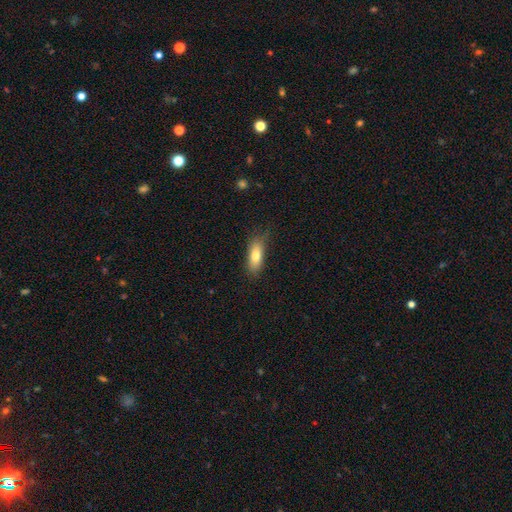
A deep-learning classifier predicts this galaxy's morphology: Smooth or featured?
  - smooth: 78% *
  - featured or disk: 15%
  - star or artifact: 7%
How rounded?
  - in between: 73% *
  - cigar-shaped: 24%
  - round: 3%
Merging?
  - none: 71% *
  - minor disturbance: 21%
  - major disturbance: 6%
  - merger: 1%